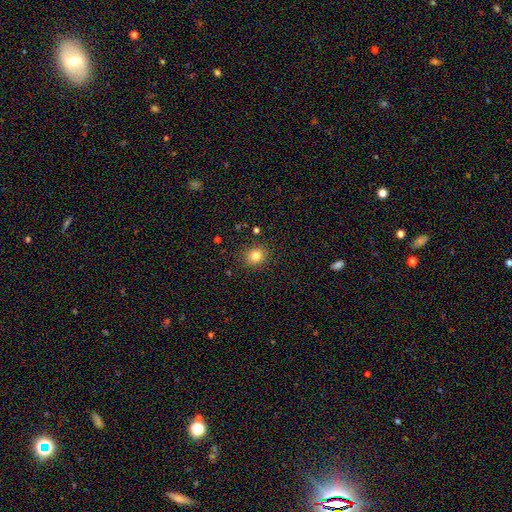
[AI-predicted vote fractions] Smooth or featured: smooth — 82% (star or artifact — 12%)
How rounded: round — 83% (in between — 16%)
Merging: none — 88% (minor disturbance — 8%)